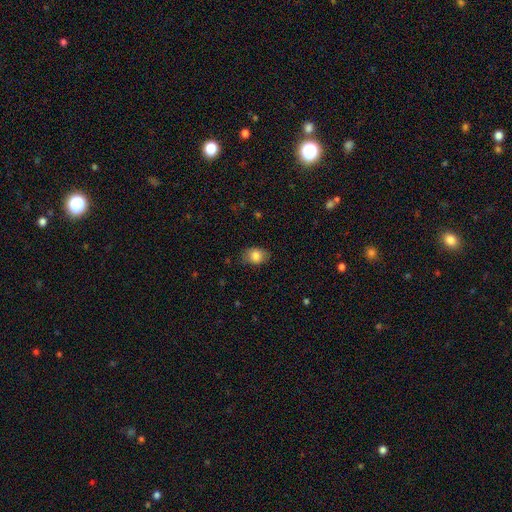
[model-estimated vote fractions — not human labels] This appears to be a smooth galaxy with no disk features (83%) that is in between round and cigar-shaped (72%). Merging: none (76%).